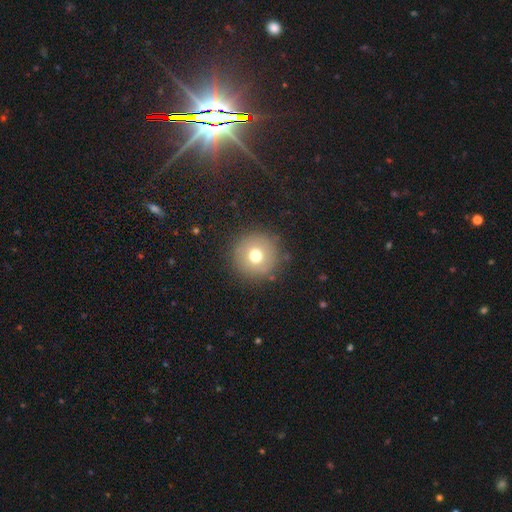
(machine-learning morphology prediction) Smooth or featured?
  - smooth: 71% *
  - featured or disk: 16%
  - star or artifact: 13%
How rounded?
  - round: 96% *
  - in between: 3%
  - cigar-shaped: 1%
Merging?
  - none: 89% *
  - minor disturbance: 7%
  - major disturbance: 3%
  - merger: 1%